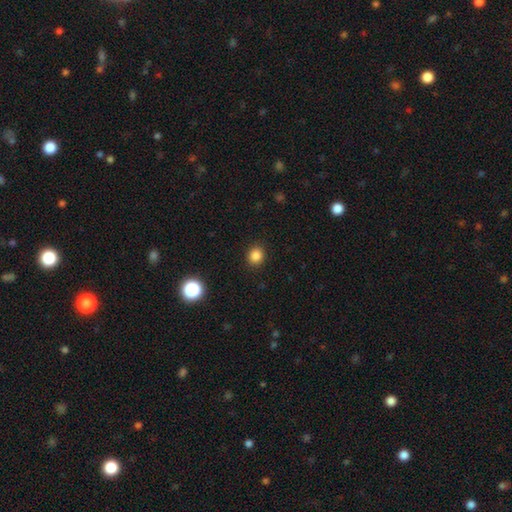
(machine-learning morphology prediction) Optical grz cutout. It shows a smooth galaxy with no disk features (85%) that is round (80%). Merging: none (91%).